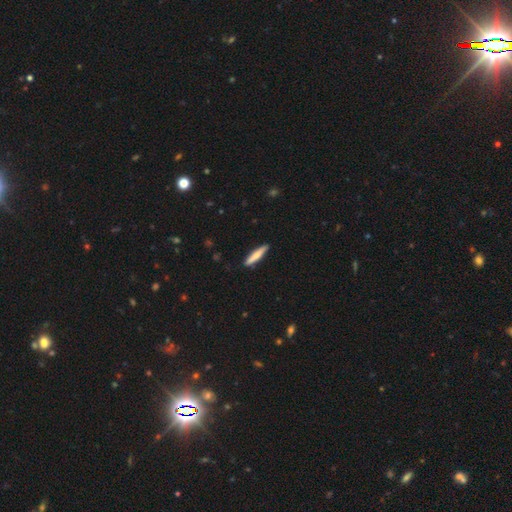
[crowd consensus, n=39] This is possibly a smooth galaxy (51%). How rounded: clearly cigar-shaped (100%). Merging: clearly none (94%).